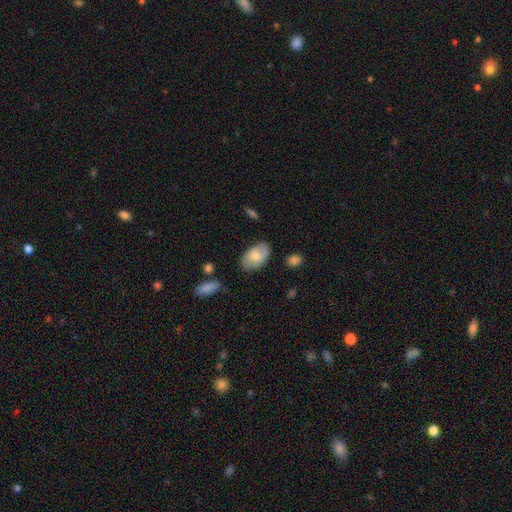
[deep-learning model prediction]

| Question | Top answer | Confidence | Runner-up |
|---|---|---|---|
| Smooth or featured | smooth | 69% | featured or disk (25%) |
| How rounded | in between | 93% | round (6%) |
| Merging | none | 76% | minor disturbance (18%) |